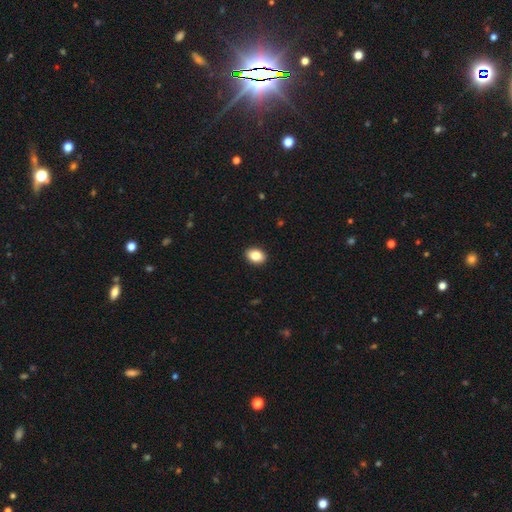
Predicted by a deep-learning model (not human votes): The model was most divided on "how rounded": in between: 73%, round: 26%, cigar-shaped: 1%. More confident: merging — none (92%); smooth or featured — smooth (84%).